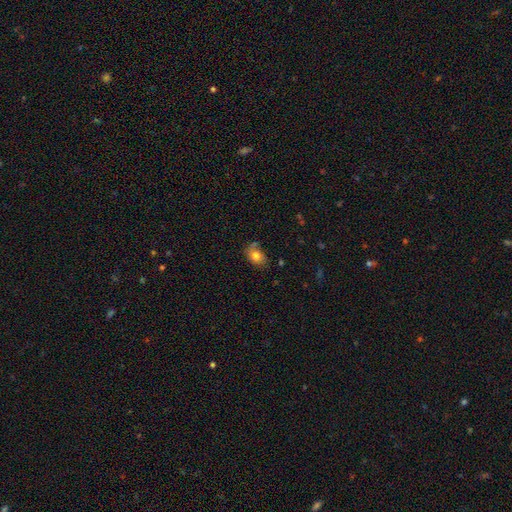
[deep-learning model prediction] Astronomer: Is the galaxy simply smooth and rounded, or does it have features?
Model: smooth — 77%.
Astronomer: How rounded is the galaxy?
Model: in between — 76%.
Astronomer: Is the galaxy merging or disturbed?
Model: none — 54%.